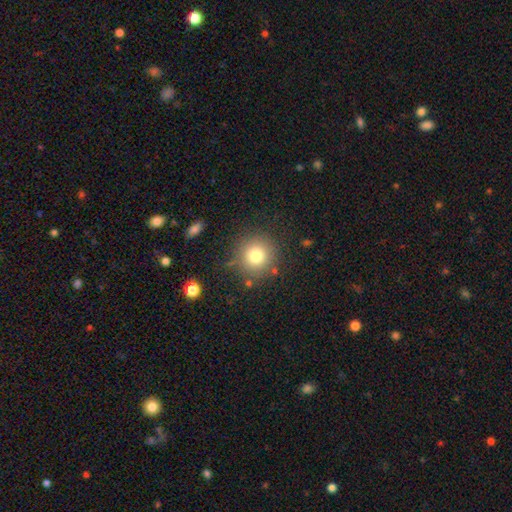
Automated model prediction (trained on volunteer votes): This appears to be a smooth galaxy with no disk features (78%) that is round (93%). Merging: none (83%).